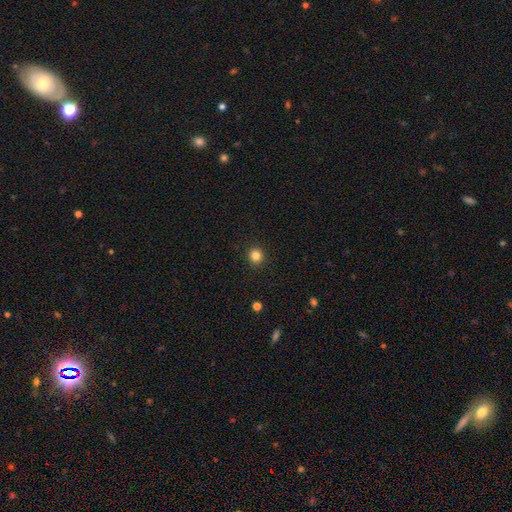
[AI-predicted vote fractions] Overall: smooth (84%). How rounded: round (93%). Merging: none (92%).